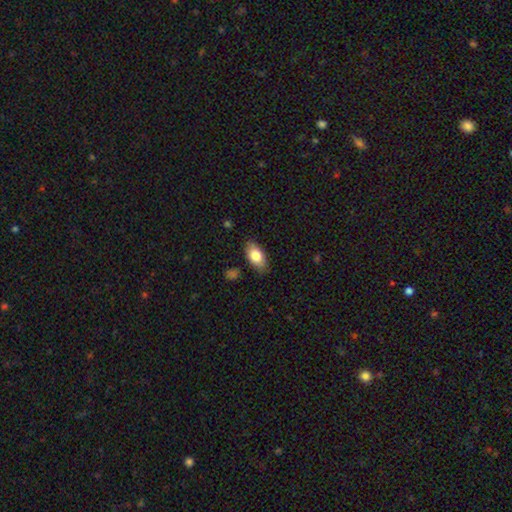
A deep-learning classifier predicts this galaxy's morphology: smooth-or-featured: smooth: 80% | featured or disk: 14% | star or artifact: 6%
  how-rounded: in between: 92% | round: 4% | cigar-shaped: 4%
  merging: none: 83% | minor disturbance: 13% | major disturbance: 2% | merger: 1%